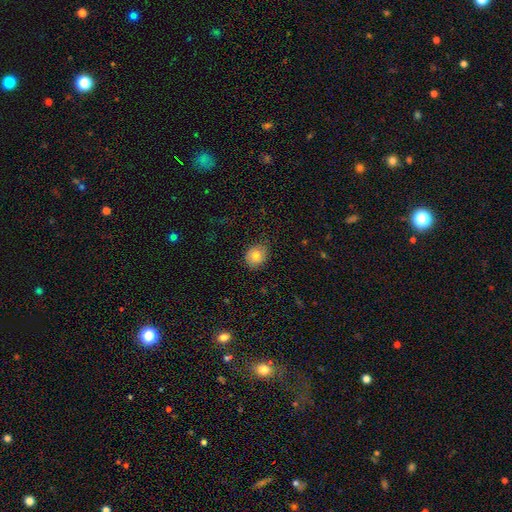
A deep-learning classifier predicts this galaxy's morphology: Smooth or featured: smooth — 79% (featured or disk — 11%)
How rounded: round — 70% (in between — 29%)
Merging: none — 82% (minor disturbance — 14%)